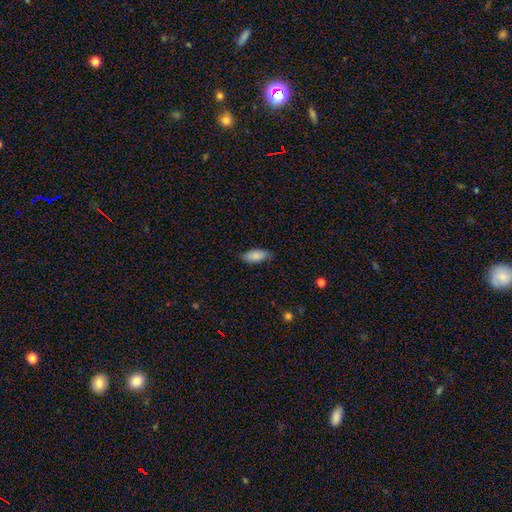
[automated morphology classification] Smooth or featured? smooth (84%)
How rounded? in between (89%)
Merging? none (79%)